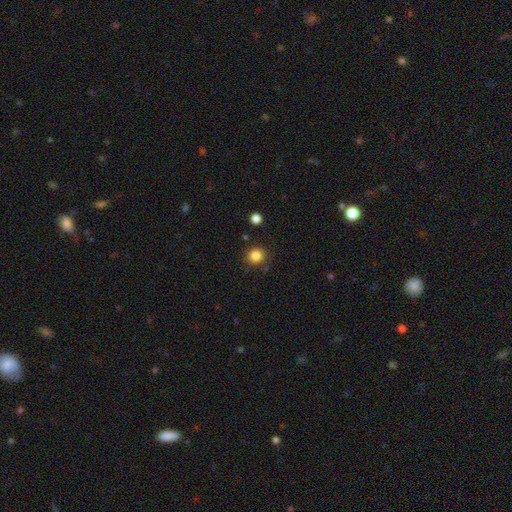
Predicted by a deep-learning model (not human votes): smooth 84%, star or artifact 11%, featured or disk 4%. Down the decision tree: how rounded — round (90%); merging — none (86%).